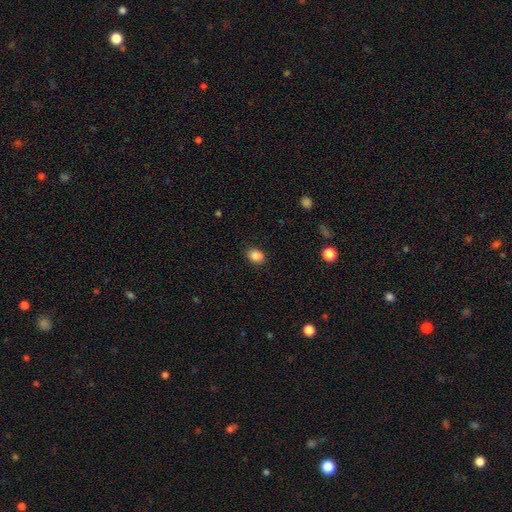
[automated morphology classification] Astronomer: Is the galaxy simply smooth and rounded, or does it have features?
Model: smooth — 87%.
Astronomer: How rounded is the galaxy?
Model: in between — 68%.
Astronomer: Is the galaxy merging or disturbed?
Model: none — 87%.